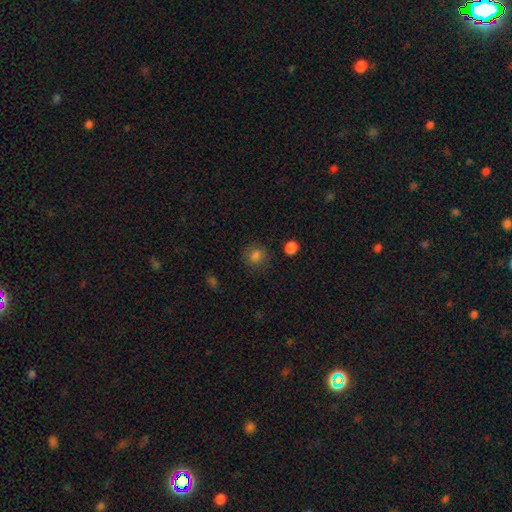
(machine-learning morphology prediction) A smooth galaxy with no disk features (82%) that is round (83%).

Vote fractions:
- Smooth or featured? smooth: 82% / star or artifact: 12% / featured or disk: 6%
- How rounded? round: 83% / in between: 16% / cigar-shaped: 1%
- Merging? none: 83% / minor disturbance: 11% / major disturbance: 4% / merger: 3%